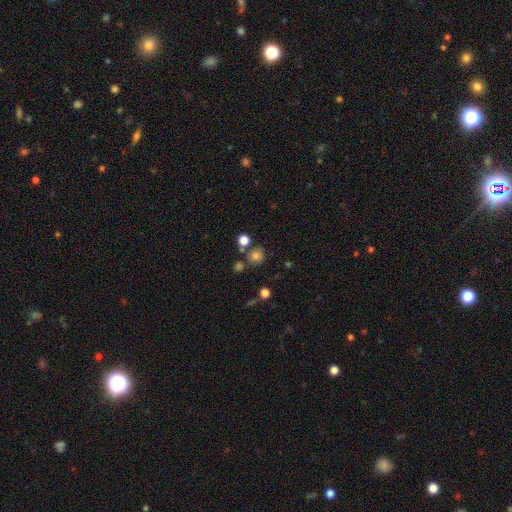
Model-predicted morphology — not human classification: The model was most divided on "merging": none: 72%, merger: 13%, minor disturbance: 11%, major disturbance: 4%. More confident: how rounded — round (86%); smooth or featured — smooth (77%).